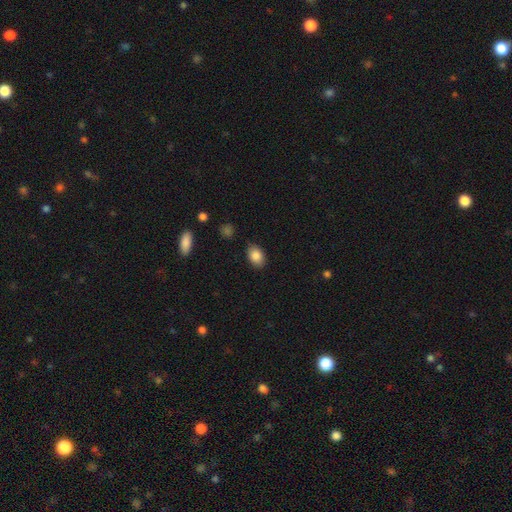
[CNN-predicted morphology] This appears to be a smooth galaxy with no disk features (86%) that is in between round and cigar-shaped (83%). Merging: none (85%).